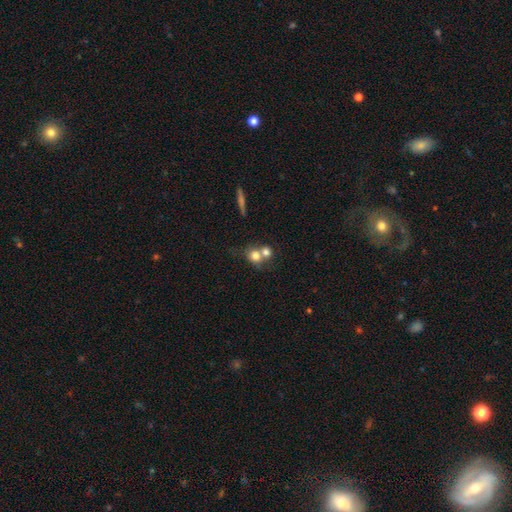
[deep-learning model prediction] Smooth or featured: smooth — 74% (featured or disk — 16%)
How rounded: round — 78% (in between — 20%)
Merging: merger — 58% (none — 32%)